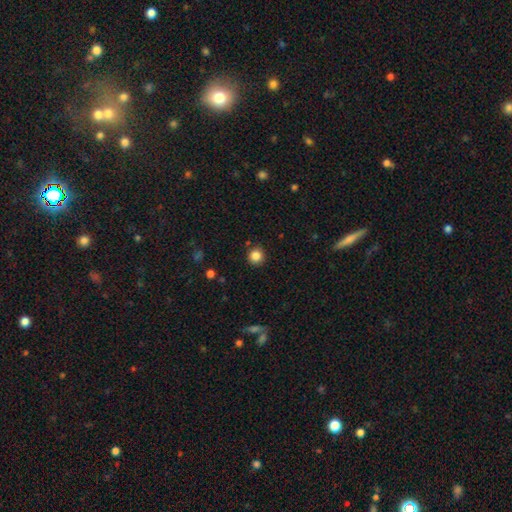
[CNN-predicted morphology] Smooth or featured? Predicted: smooth (p=0.85). How rounded? Predicted: round (p=0.94). Merging? Predicted: none (p=0.91).